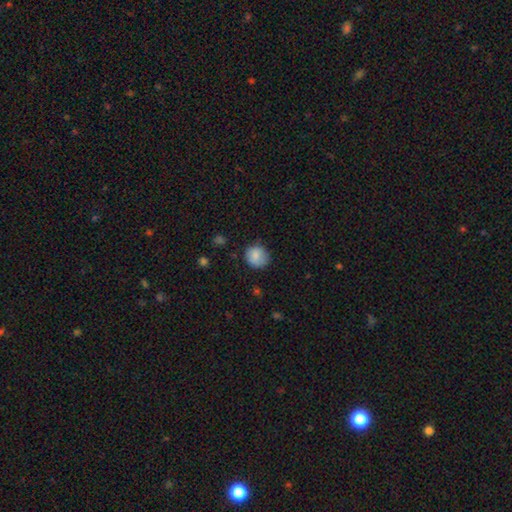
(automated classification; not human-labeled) The model was most divided on "merging": none: 75%, minor disturbance: 20%, major disturbance: 4%, merger: 1%. More confident: how rounded — round (85%); smooth or featured — smooth (83%).